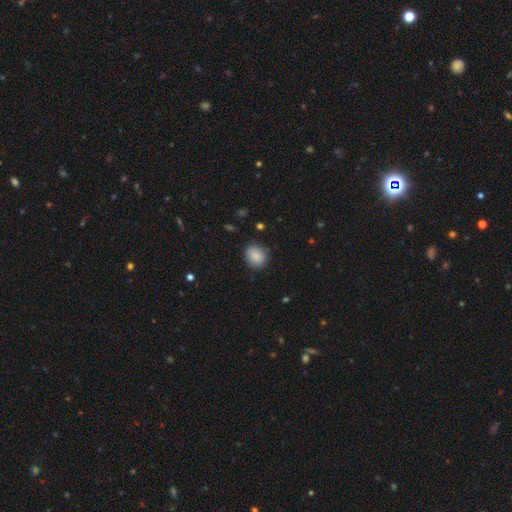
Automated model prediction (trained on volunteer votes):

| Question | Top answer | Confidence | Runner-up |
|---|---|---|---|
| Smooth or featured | smooth | 88% | star or artifact (8%) |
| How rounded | round | 53% | in between (46%) |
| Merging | none | 86% | minor disturbance (11%) |